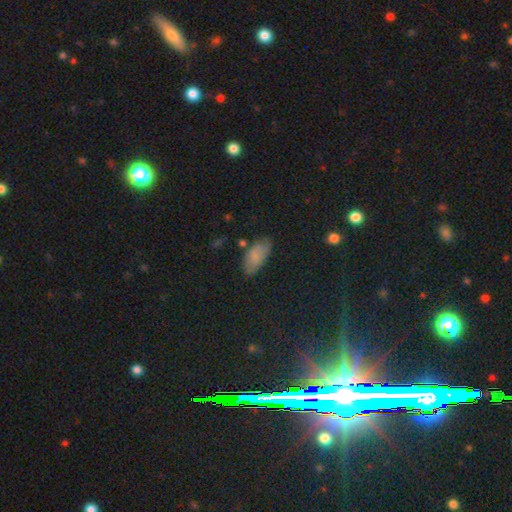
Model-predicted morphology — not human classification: The model was most divided on "merging": none: 73%, minor disturbance: 19%, major disturbance: 5%, merger: 3%. More confident: how rounded — in between (91%); smooth or featured — smooth (71%).